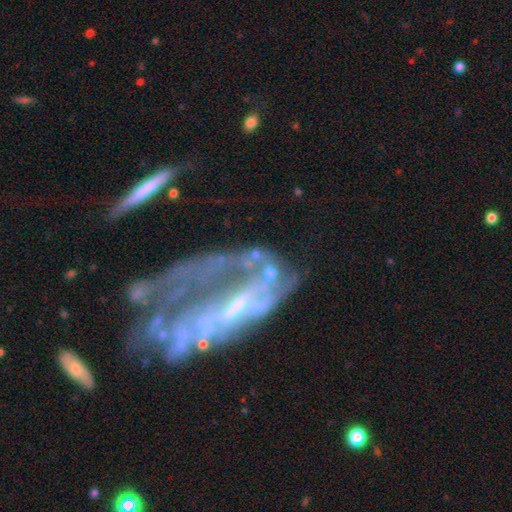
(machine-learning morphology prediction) A featured or disk galaxy (73%) with no bar (44%), spiral arms (54%) and a small central bulge (34%).

Vote fractions:
- Smooth or featured? featured or disk: 73% / smooth: 16% / star or artifact: 12%
- Edge-on disk? no: 87% / yes: 13%
- Bar? no: 44% / weak: 30% / strong: 26%
- Spiral arms? yes: 54% / no: 46%
- Bulge size? small: 34% / none: 30% / moderate: 30% / large: 4% / dominant: 2%
- Merging? major disturbance: 36% / none: 29% / minor disturbance: 17% / merger: 17%